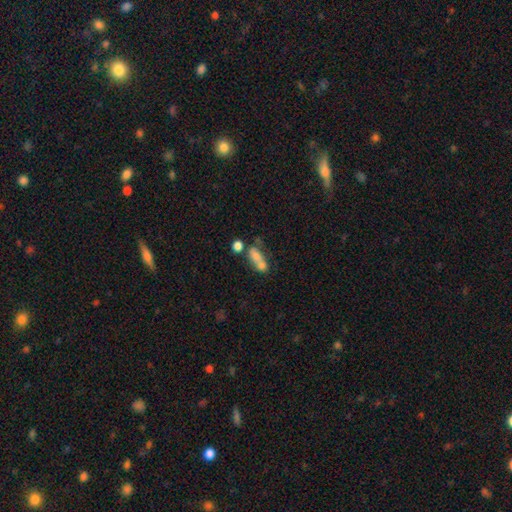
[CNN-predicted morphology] Q: Smooth or featured?
A: smooth (67%); runner-up: featured or disk (22%)
Q: How rounded?
A: in between (68%); runner-up: round (17%)
Q: Merging?
A: merger (55%); runner-up: none (24%)